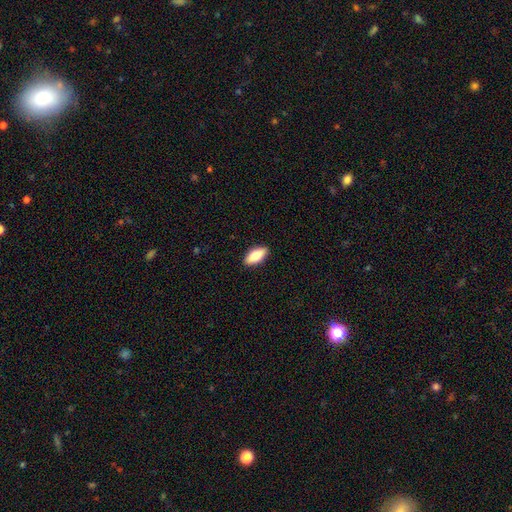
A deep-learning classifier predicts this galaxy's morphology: A smooth galaxy with no disk features (73%) that is in between round and cigar-shaped (82%). Merging: none (89%).